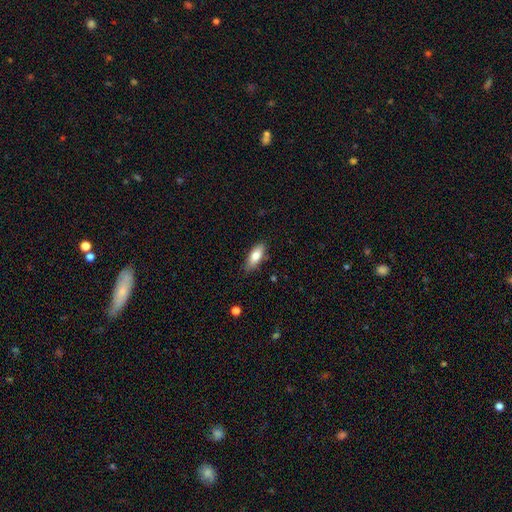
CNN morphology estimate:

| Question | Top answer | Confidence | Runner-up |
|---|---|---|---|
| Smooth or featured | smooth | 79% | featured or disk (15%) |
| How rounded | in between | 77% | cigar-shaped (20%) |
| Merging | none | 83% | minor disturbance (13%) |